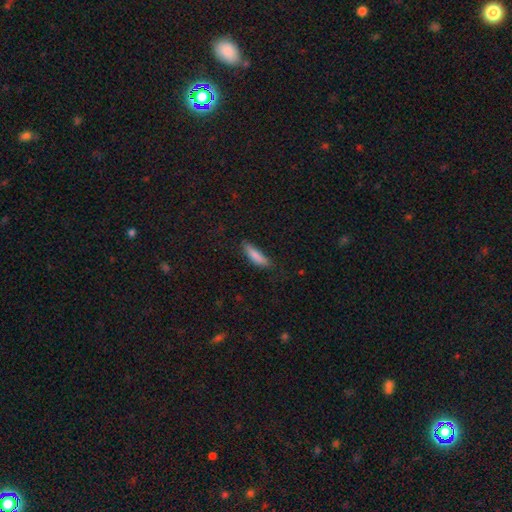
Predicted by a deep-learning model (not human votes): Morphology: type=smooth (84%); roundness=cigar-shaped (65%); merging=none (74%).